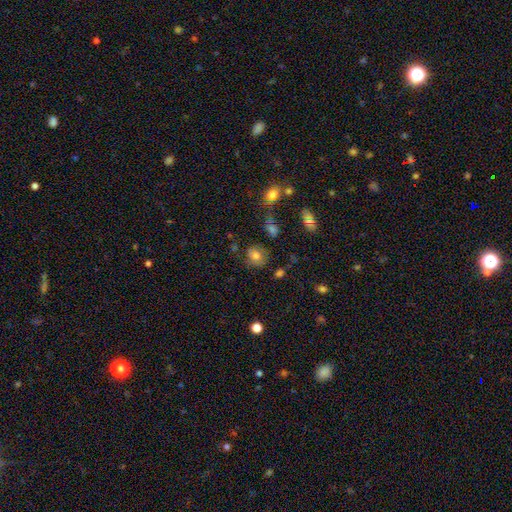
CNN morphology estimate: This appears to be a smooth galaxy with no disk features (77%) that is round (74%). Merging: none (77%).